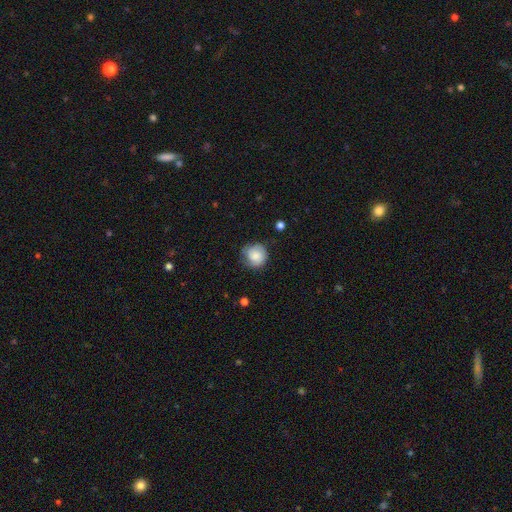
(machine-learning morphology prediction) Smooth or featured? Predicted: smooth (p=0.78). How rounded? Predicted: round (p=0.89). Merging? Predicted: none (p=0.66).